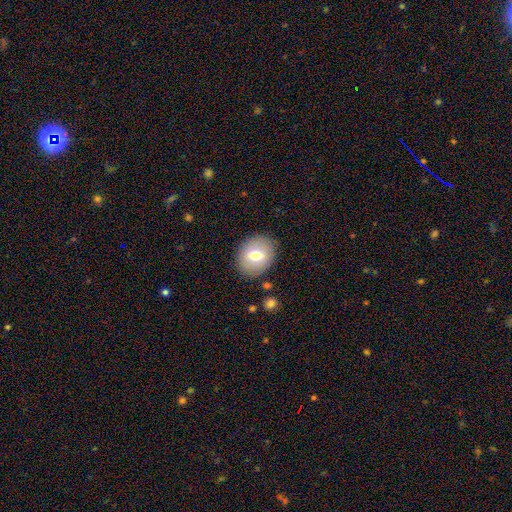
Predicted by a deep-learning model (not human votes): This is likely a smooth galaxy (64%). How rounded: possibly round (53%). Merging: clearly none (85%).